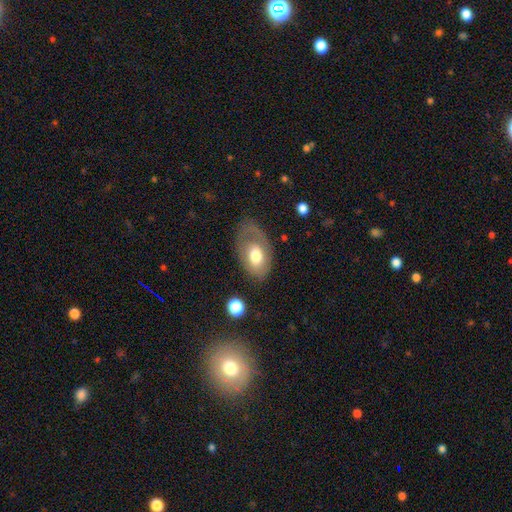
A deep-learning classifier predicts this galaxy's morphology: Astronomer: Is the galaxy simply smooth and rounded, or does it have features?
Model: smooth — 61%.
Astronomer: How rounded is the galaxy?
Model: in between — 87%.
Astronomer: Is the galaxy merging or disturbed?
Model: none — 50% (runner-up: minor disturbance, 27%).